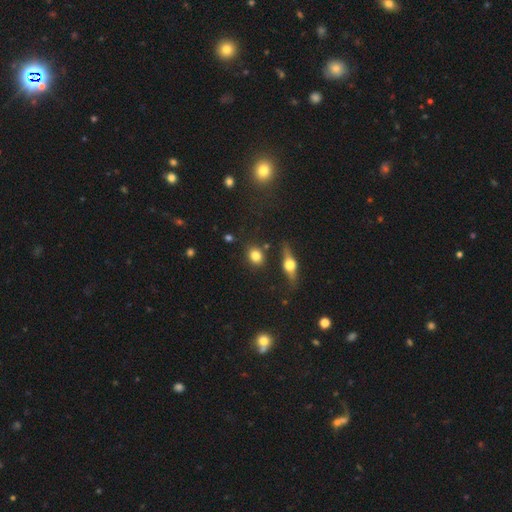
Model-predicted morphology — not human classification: This appears to be a smooth galaxy with no disk features (77%) that is round (59%). Merging: none (80%).